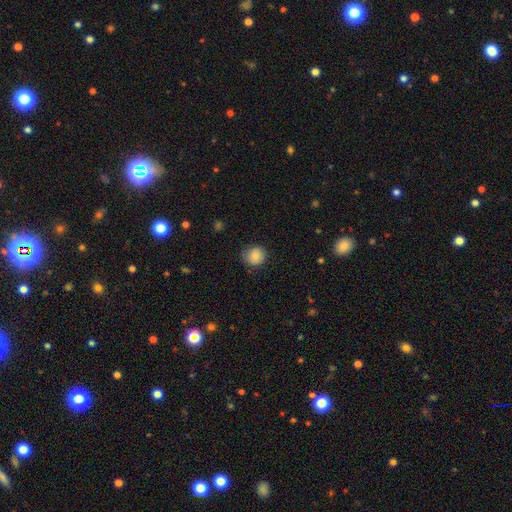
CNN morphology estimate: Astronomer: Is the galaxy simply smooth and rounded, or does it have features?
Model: smooth — 85%.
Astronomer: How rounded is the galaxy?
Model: round — 86%.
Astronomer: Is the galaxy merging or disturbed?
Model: none — 80%.